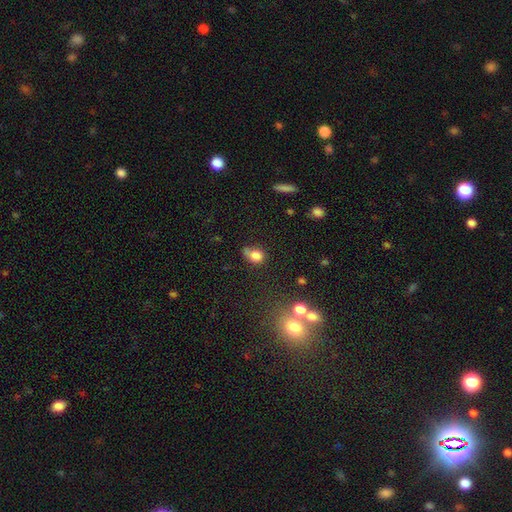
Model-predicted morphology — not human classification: Smooth or featured? Predicted: smooth (p=0.79). How rounded? Predicted: round (p=0.58). Merging? Predicted: none (p=0.42).